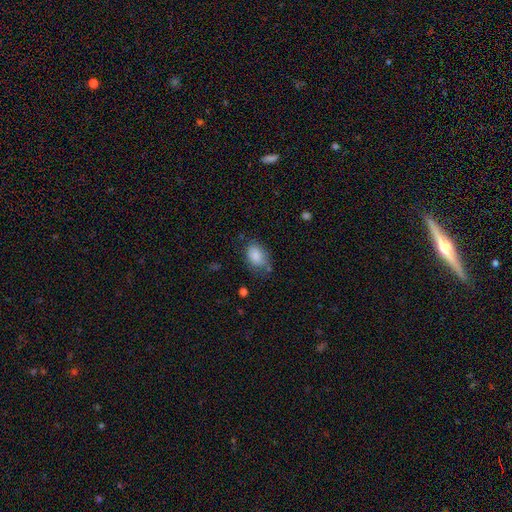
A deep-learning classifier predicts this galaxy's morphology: This is clearly a smooth galaxy (84%). How rounded: clearly in between (83%). Merging: likely none (66%).